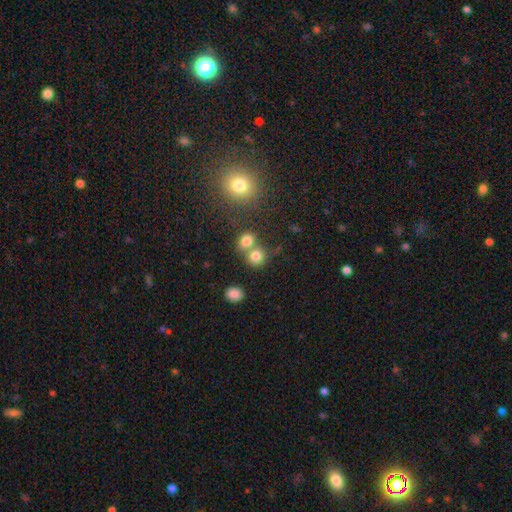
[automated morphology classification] A smooth galaxy with no disk features (78%) that is round (80%).

Vote fractions:
- Smooth or featured? smooth: 78% / star or artifact: 13% / featured or disk: 9%
- How rounded? round: 80% / in between: 19% / cigar-shaped: 1%
- Merging? none: 45% / merger: 43% / minor disturbance: 8% / major disturbance: 4%